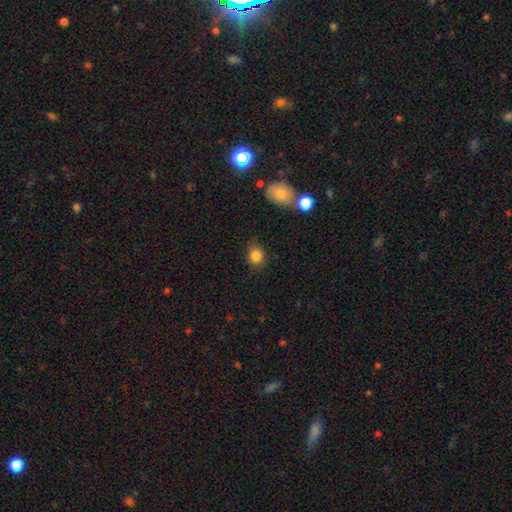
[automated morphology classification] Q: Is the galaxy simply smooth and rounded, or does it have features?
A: smooth — 85%.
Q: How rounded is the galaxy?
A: round — 61%.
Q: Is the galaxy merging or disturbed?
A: none — 80%.